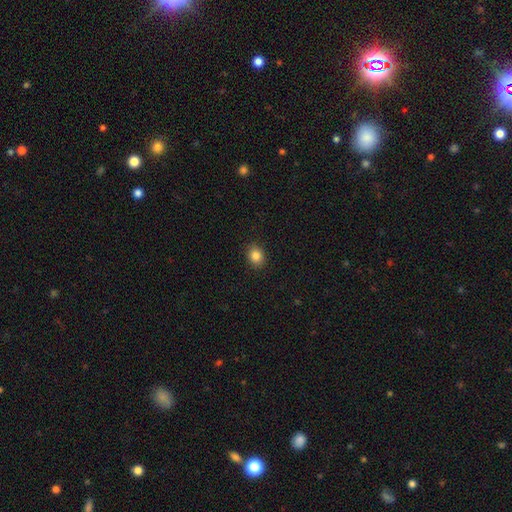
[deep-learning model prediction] smooth-or-featured: smooth: 85% | star or artifact: 10% | featured or disk: 5%
  how-rounded: round: 59% | in between: 40% | cigar-shaped: 1%
  merging: none: 90% | minor disturbance: 7% | major disturbance: 2% | merger: 1%